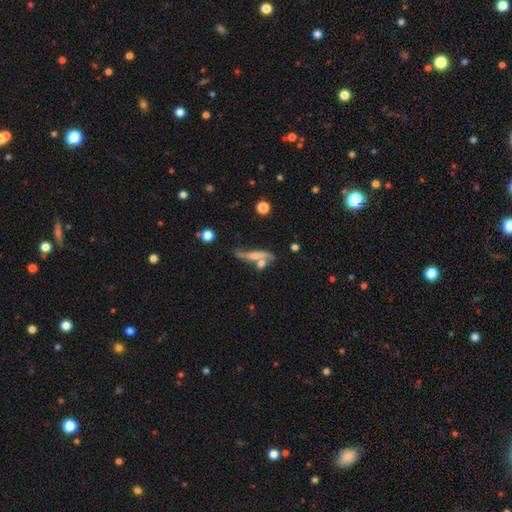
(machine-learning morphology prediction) smooth_or_featured: featured or disk (p=0.56) [alt: smooth p=0.34]
disk_edge_on: yes (p=0.58) [alt: no p=0.42]
merging: none (p=0.44) [alt: merger p=0.25]